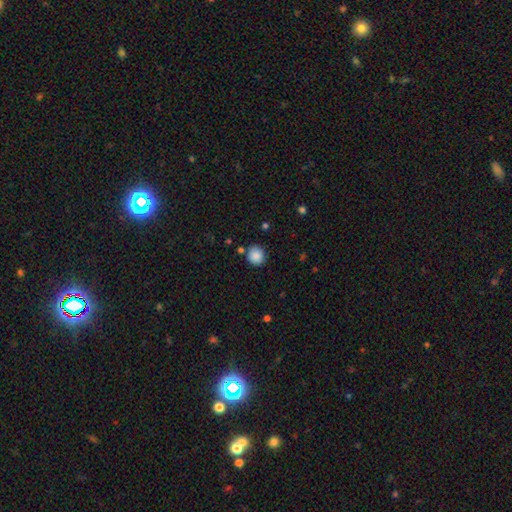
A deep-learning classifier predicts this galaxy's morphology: A smooth galaxy with no disk features (87%) that is round (89%).

Vote fractions:
- Smooth or featured? smooth: 87% / star or artifact: 9% / featured or disk: 4%
- How rounded? round: 89% / in between: 10% / cigar-shaped: 1%
- Merging? none: 82% / minor disturbance: 11% / merger: 4% / major disturbance: 3%